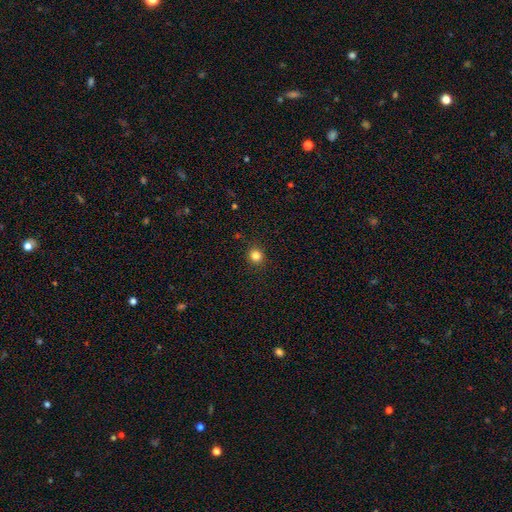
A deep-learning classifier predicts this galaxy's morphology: Smooth or featured? Predicted: smooth (p=0.83). How rounded? Predicted: round (p=0.90). Merging? Predicted: none (p=0.90).